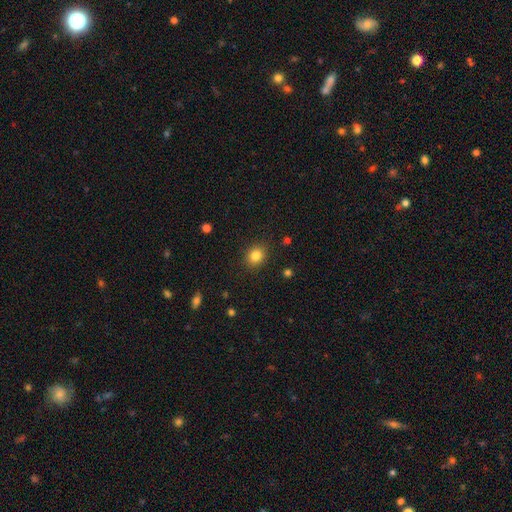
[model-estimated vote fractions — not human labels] Smooth or featured? smooth (83%)
How rounded? round (62%)
Merging? none (88%)